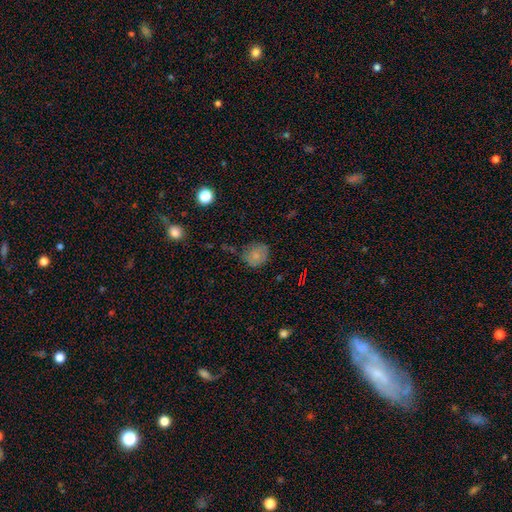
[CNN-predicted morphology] Smooth or featured?
  - smooth: 76% *
  - featured or disk: 12%
  - star or artifact: 12%
How rounded?
  - round: 80% *
  - in between: 19%
  - cigar-shaped: 1%
Merging?
  - none: 67% *
  - minor disturbance: 24%
  - major disturbance: 6%
  - merger: 3%